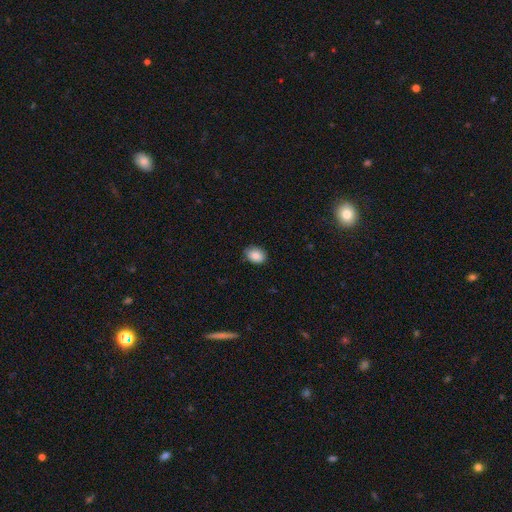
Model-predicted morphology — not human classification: Q: Smooth or featured?
A: smooth (86%); runner-up: star or artifact (8%)
Q: How rounded?
A: in between (73%); runner-up: round (26%)
Q: Merging?
A: none (82%); runner-up: minor disturbance (15%)